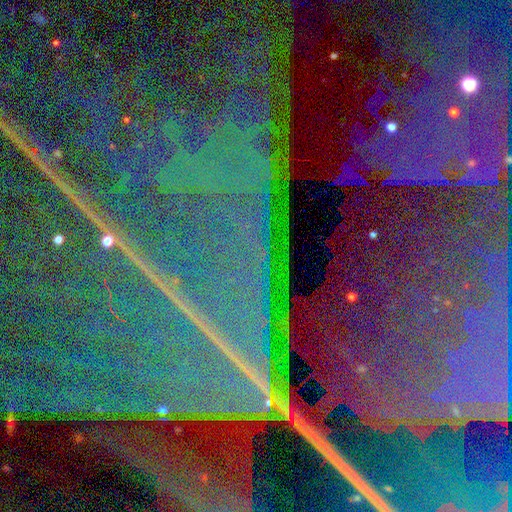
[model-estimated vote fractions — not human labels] A star or artifact, not a galaxy (90%).

Vote fractions:
- Smooth or featured? star or artifact: 90% / featured or disk: 6% / smooth: 4%